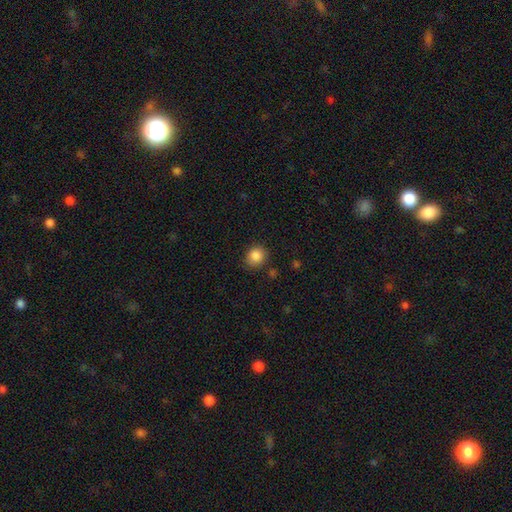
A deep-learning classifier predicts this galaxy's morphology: smooth-or-featured: smooth: 86% | star or artifact: 10% | featured or disk: 4%
  how-rounded: round: 80% | in between: 19% | cigar-shaped: 1%
  merging: none: 83% | minor disturbance: 12% | major disturbance: 3% | merger: 2%